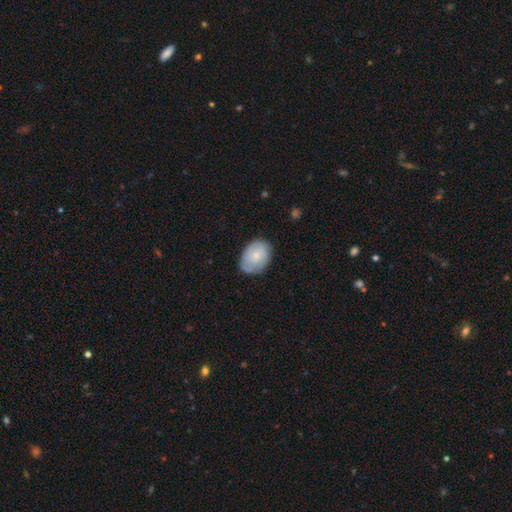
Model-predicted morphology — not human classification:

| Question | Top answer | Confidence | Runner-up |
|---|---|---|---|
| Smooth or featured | smooth | 67% | featured or disk (27%) |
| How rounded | in between | 77% | round (22%) |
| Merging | none | 72% | minor disturbance (22%) |